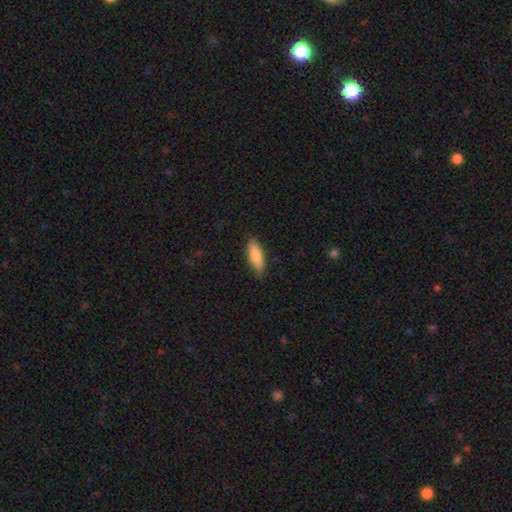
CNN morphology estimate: Smooth or featured?
  - smooth: 85% *
  - featured or disk: 10%
  - star or artifact: 6%
How rounded?
  - in between: 61% *
  - cigar-shaped: 37%
  - round: 2%
Merging?
  - none: 85% *
  - minor disturbance: 12%
  - major disturbance: 2%
  - merger: 1%